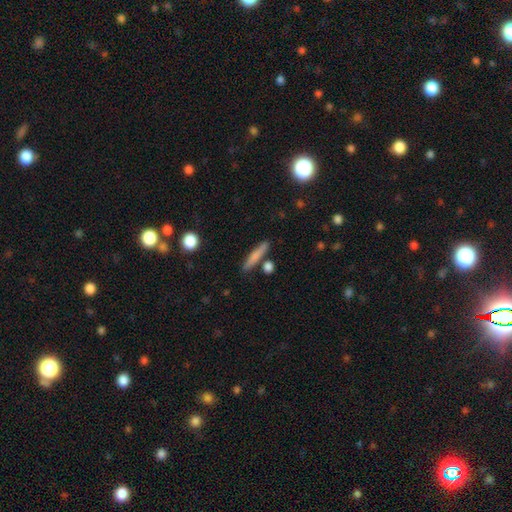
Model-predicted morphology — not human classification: Smooth or featured: smooth — 73% (featured or disk — 20%)
How rounded: cigar-shaped — 86% (in between — 8%)
Merging: none — 81% (minor disturbance — 10%)